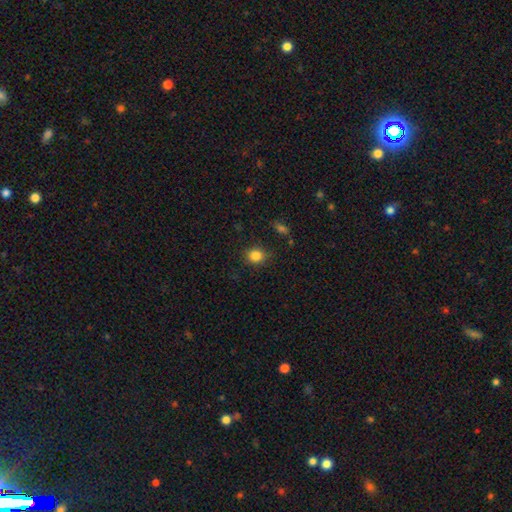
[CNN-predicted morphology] This is clearly a smooth galaxy (84%). How rounded: likely round (75%). Merging: clearly none (84%).